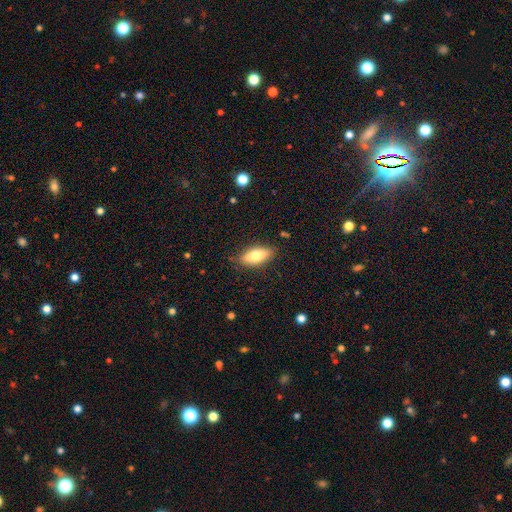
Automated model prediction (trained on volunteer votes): The model was most divided on "smooth or featured": smooth: 72%, featured or disk: 22%, star or artifact: 7%. More confident: merging — none (84%); how rounded — in between (78%).